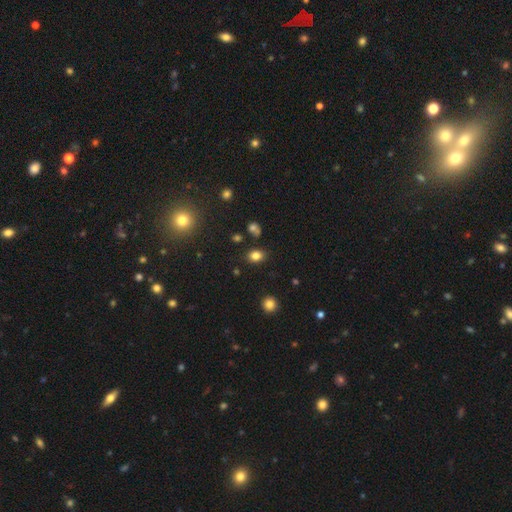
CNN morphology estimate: A smooth galaxy with no disk features (81%) that is in between round and cigar-shaped (60%). Merging: none (82%).